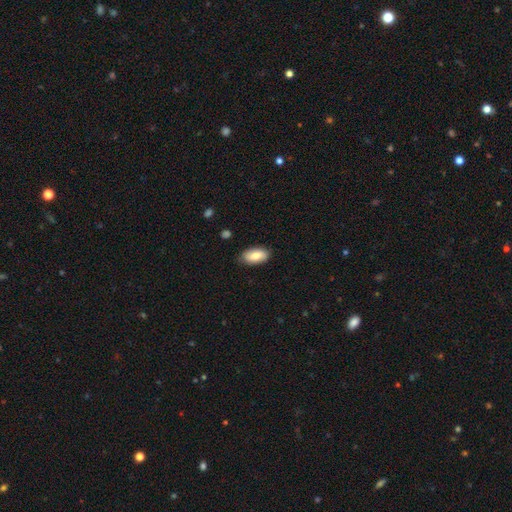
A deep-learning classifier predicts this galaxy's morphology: type=smooth (80%); roundness=in between (93%); merging=none (84%).